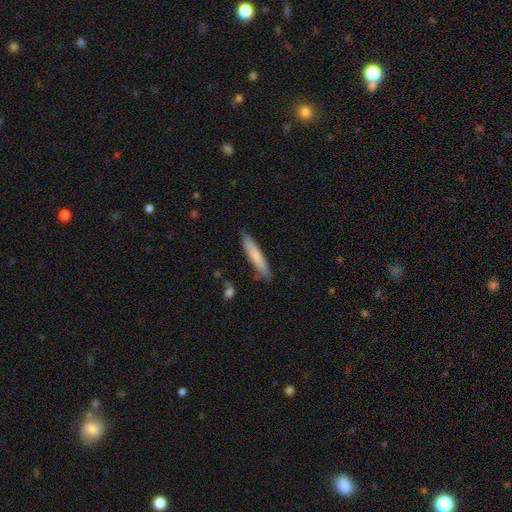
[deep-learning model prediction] This appears to be a smooth galaxy with no disk features (76%) that is cigar-shaped (91%). Merging: none (87%).